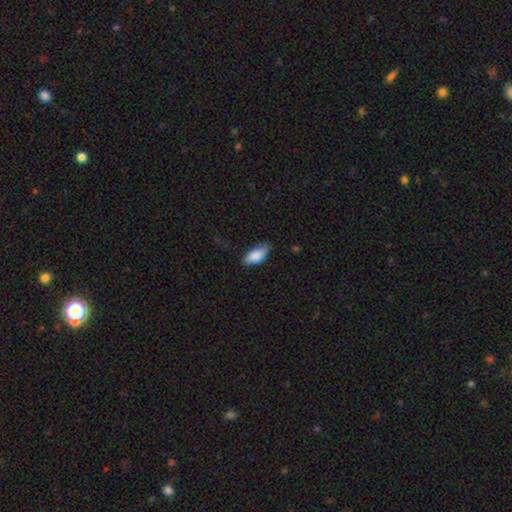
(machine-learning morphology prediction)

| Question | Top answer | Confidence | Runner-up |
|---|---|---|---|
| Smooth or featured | smooth | 86% | featured or disk (8%) |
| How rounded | in between | 89% | cigar-shaped (9%) |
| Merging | none | 70% | minor disturbance (24%) |